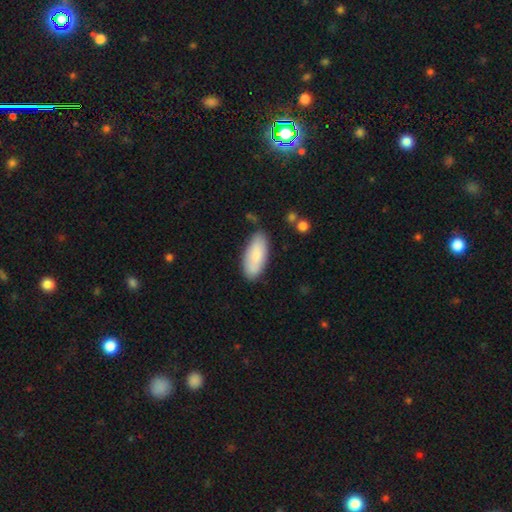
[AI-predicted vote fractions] Q: Smooth or featured?
A: smooth (83%); runner-up: featured or disk (11%)
Q: How rounded?
A: in between (84%); runner-up: cigar-shaped (14%)
Q: Merging?
A: none (79%); runner-up: minor disturbance (16%)